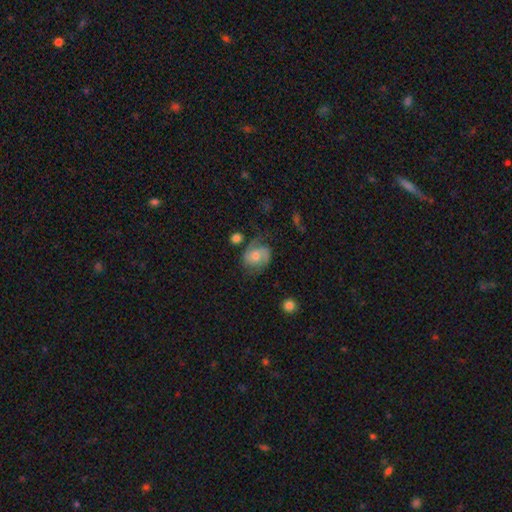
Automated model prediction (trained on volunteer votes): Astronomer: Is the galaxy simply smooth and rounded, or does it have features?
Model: featured or disk — 70%.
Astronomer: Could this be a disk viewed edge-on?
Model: no — 98%.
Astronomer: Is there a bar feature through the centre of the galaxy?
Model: no — 61%.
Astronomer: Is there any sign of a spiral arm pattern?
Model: yes — 93%.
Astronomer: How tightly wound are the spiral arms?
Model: medium — 49% (runner-up: tight, 29%).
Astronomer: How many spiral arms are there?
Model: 2 — 83%.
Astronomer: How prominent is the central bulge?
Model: moderate — 53% (runner-up: small, 35%).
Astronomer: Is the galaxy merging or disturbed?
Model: none — 59%.